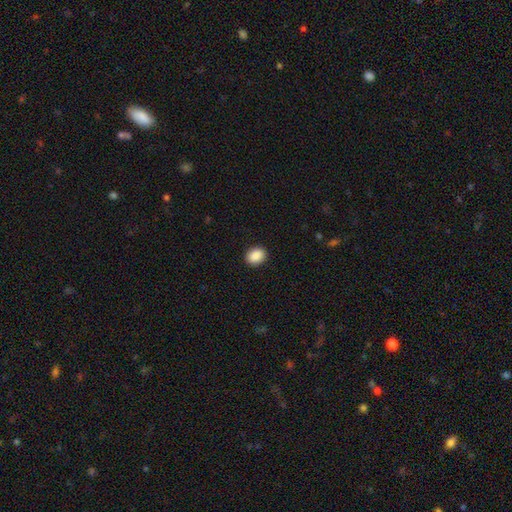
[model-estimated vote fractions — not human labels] smooth_or_featured: smooth (p=0.90) [alt: star or artifact p=0.08]
how_rounded: in between (p=0.55) [alt: round p=0.44]
merging: none (p=0.90) [alt: minor disturbance p=0.07]